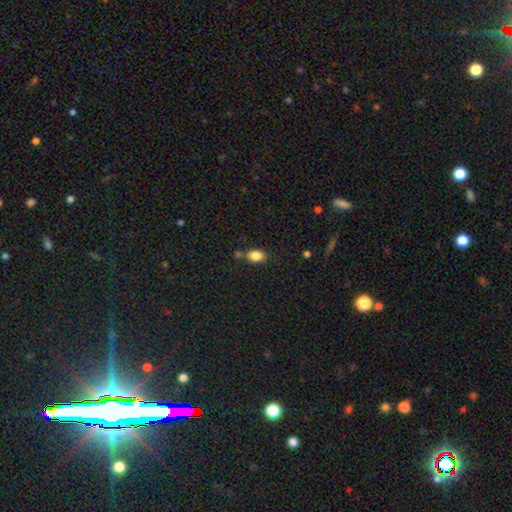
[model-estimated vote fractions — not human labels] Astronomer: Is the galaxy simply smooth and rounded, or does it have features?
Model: smooth — 86%.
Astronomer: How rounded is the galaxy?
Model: in between — 80%.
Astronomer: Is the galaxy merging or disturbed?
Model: none — 68%.